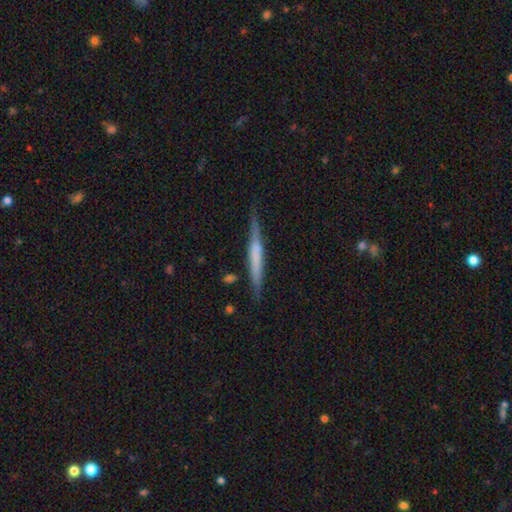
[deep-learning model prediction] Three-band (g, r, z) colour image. It shows a featured or disk galaxy (53%) viewed edge-on (96%) with no central bulge (54%). Merging: none (84%).